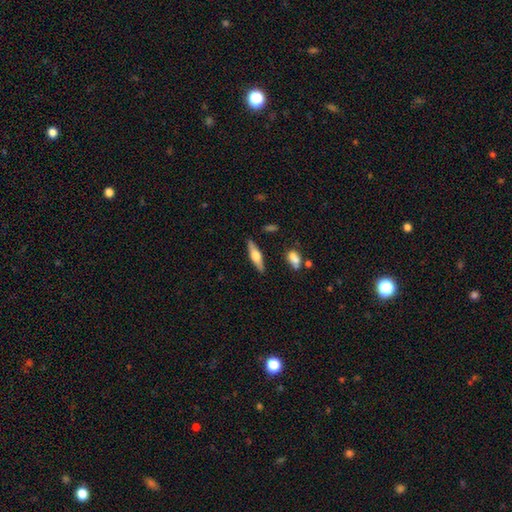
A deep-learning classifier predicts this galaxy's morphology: Smooth or featured? Predicted: featured or disk (p=0.51). Edge-on disk? Predicted: yes (p=0.93). Merging? Predicted: none (p=0.86).